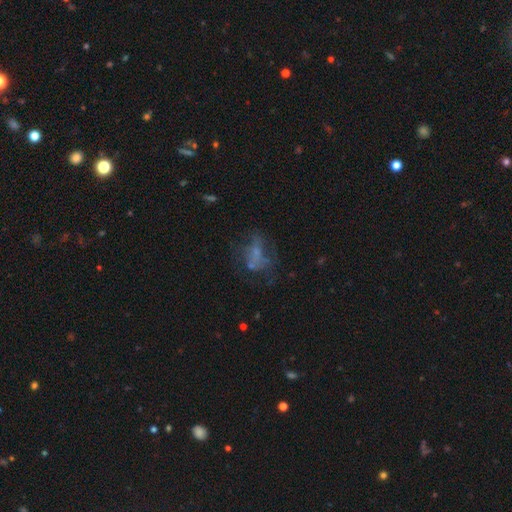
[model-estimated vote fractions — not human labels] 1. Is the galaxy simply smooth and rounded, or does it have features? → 46% featured or disk, 34% smooth, 20% star or artifact.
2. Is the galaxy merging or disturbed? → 41% none, 31% major disturbance, 18% minor disturbance, 9% merger.